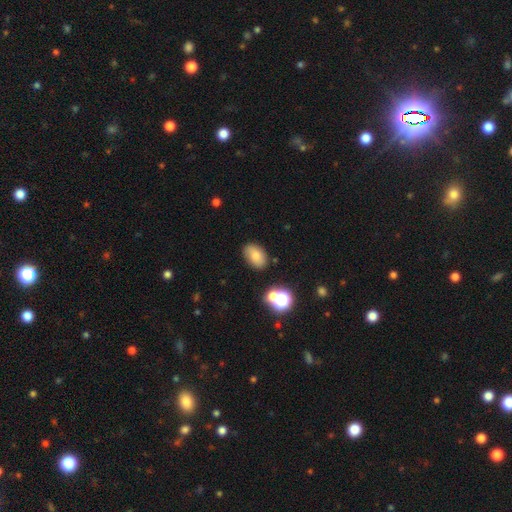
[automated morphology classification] A smooth galaxy with no disk features (76%) that is in between round and cigar-shaped (86%).

Vote fractions:
- Smooth or featured? smooth: 76% / featured or disk: 12% / star or artifact: 12%
- How rounded? in between: 86% / round: 12% / cigar-shaped: 1%
- Merging? none: 80% / minor disturbance: 13% / merger: 4% / major disturbance: 3%